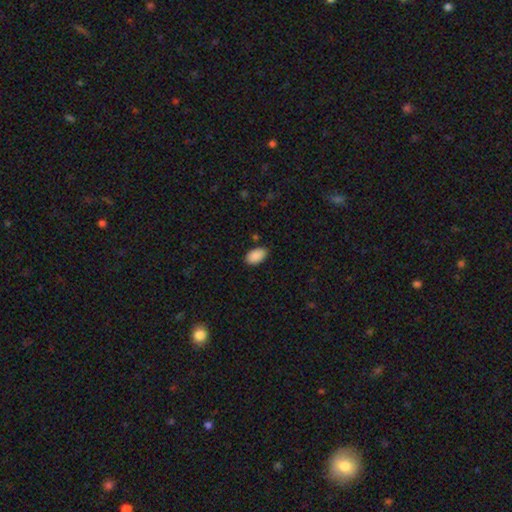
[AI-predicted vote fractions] Smooth or featured?
  - smooth: 90% *
  - star or artifact: 7%
  - featured or disk: 3%
How rounded?
  - in between: 93% *
  - round: 5%
  - cigar-shaped: 1%
Merging?
  - none: 83% *
  - minor disturbance: 13%
  - major disturbance: 3%
  - merger: 2%